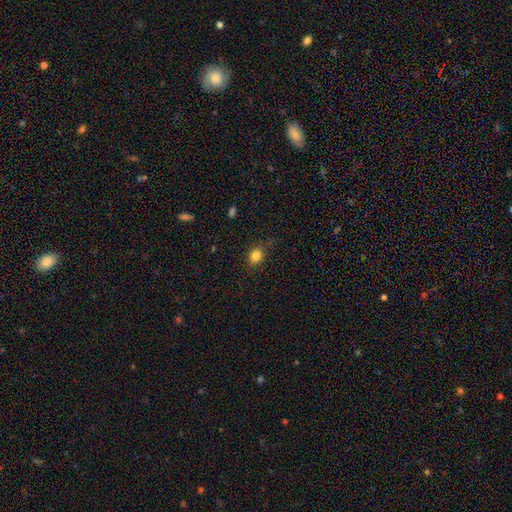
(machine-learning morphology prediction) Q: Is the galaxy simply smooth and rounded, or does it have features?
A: smooth — 83%.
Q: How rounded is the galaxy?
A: round — 53%.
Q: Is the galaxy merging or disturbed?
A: none — 78%.